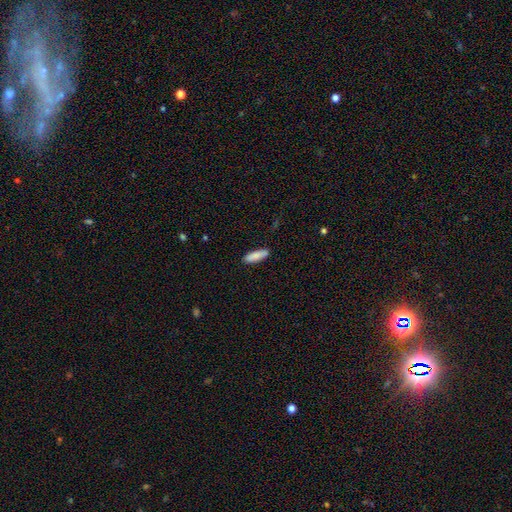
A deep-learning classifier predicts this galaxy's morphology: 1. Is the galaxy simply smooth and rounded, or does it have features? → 85% smooth, 9% featured or disk, 6% star or artifact.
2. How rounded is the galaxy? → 52% cigar-shaped, 47% in between, 2% round.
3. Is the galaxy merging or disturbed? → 86% none, 10% minor disturbance, 2% merger, 2% major disturbance.